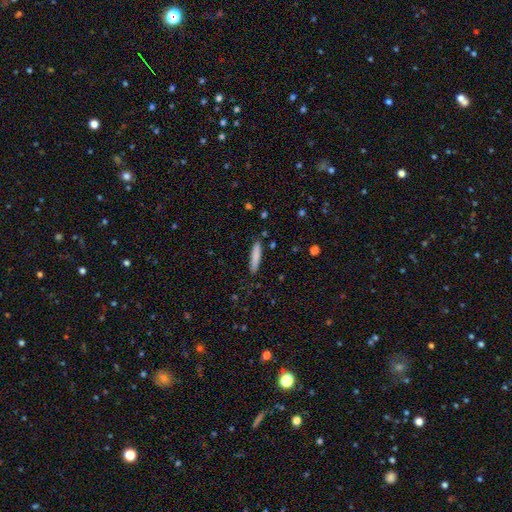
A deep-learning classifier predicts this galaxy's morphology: This is clearly a smooth galaxy (82%). How rounded: clearly cigar-shaped (88%). Merging: clearly none (86%).